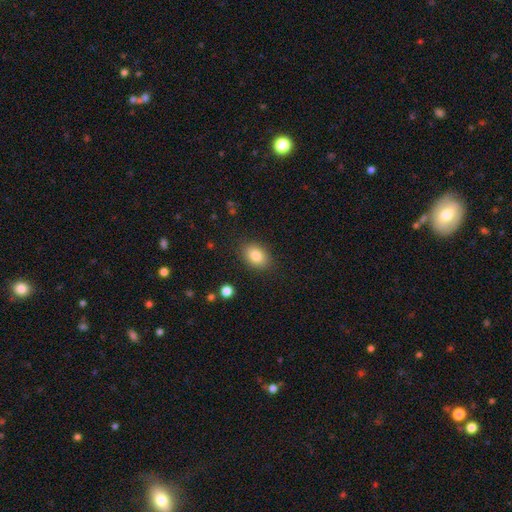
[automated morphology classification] The model was most divided on "how rounded": in between: 81%, round: 18%, cigar-shaped: 1%. More confident: merging — none (86%); smooth or featured — smooth (85%).